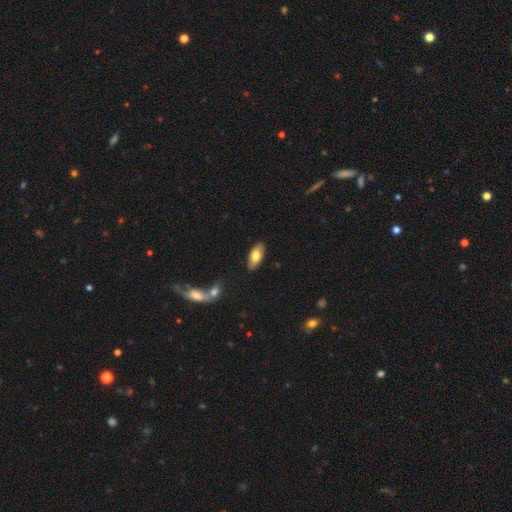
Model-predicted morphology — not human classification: This appears to be a smooth galaxy with no disk features (76%) that is in between round and cigar-shaped (86%). Merging: none (85%).